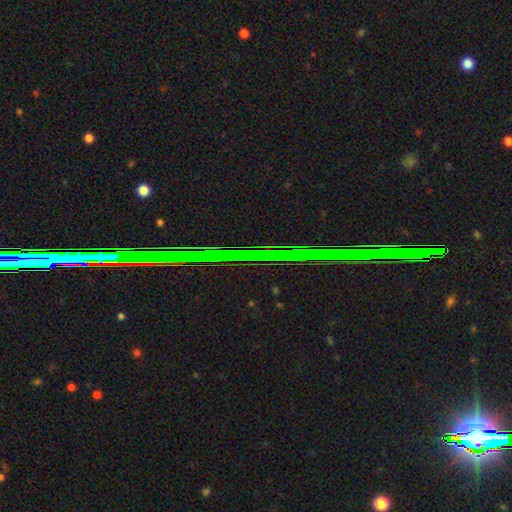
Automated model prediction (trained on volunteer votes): Morphology: type=star or artifact (80%).